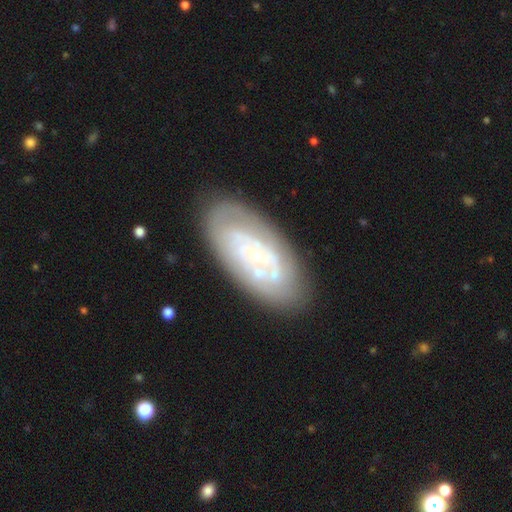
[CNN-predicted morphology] type=featured or disk (72%); edge-on=no (94%); bar=no (80%); spiral arms=yes (60%); bulge=small (80%); merging=none (73%).